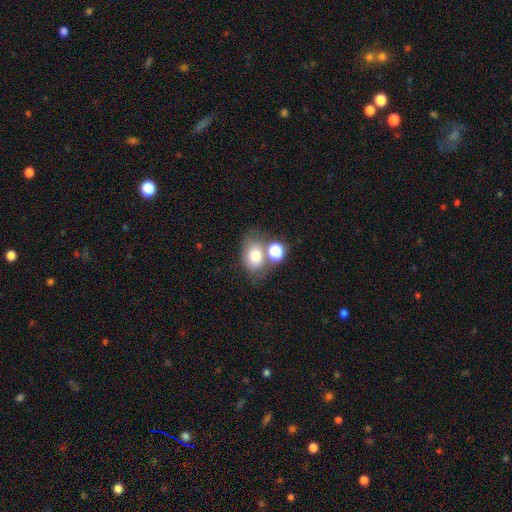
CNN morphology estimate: The model was most divided on "merging": none: 51%, merger: 28%, minor disturbance: 15%, major disturbance: 7%. More confident: smooth or featured — smooth (74%); how rounded — in between (66%).